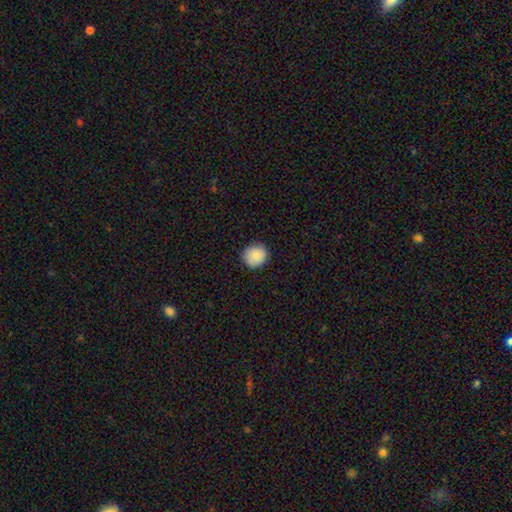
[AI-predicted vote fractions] A smooth galaxy with no disk features (87%) that is round (88%). Merging: none (88%).